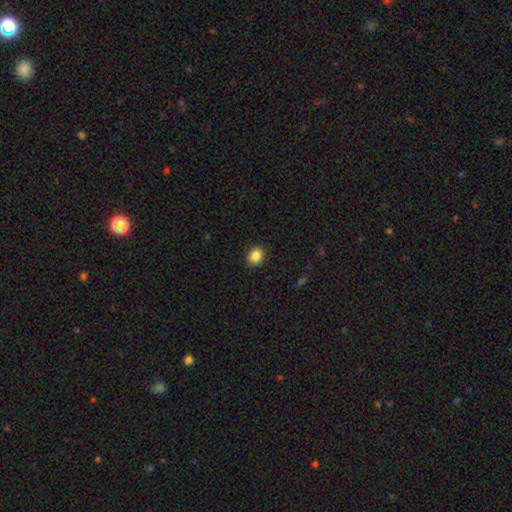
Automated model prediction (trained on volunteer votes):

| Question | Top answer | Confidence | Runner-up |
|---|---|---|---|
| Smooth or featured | smooth | 86% | star or artifact (9%) |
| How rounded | round | 62% | in between (37%) |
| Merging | none | 91% | minor disturbance (6%) |